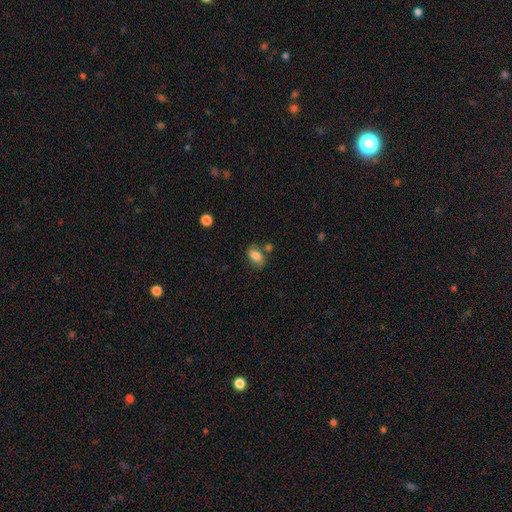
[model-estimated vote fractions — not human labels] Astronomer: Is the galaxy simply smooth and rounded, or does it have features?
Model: smooth — 81%.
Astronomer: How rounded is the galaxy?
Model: in between — 87%.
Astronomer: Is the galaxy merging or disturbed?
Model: none — 65%.